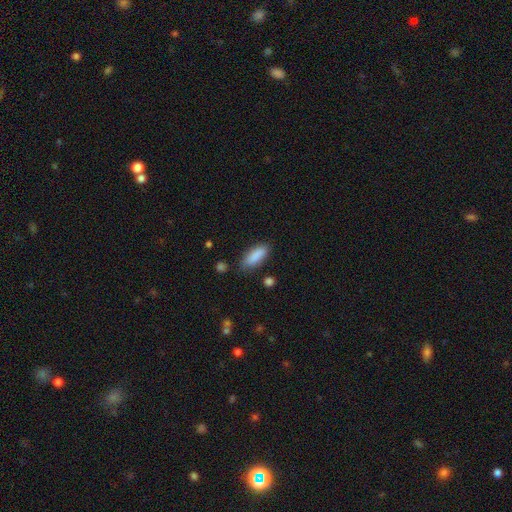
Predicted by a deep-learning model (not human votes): A smooth galaxy with no disk features (87%) that is in between round and cigar-shaped (65%). Merging: none (79%).